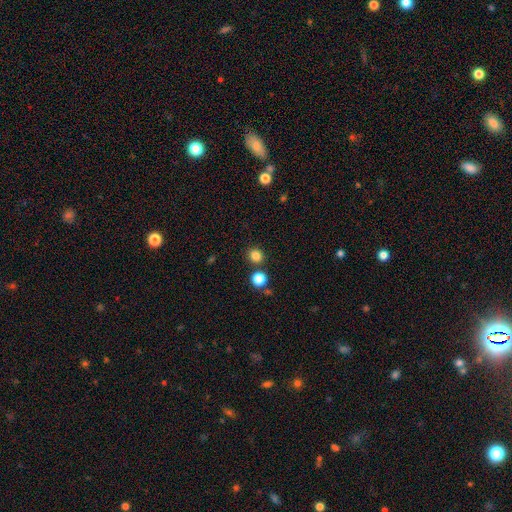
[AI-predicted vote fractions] Smooth or featured? Predicted: smooth (p=0.82). How rounded? Predicted: round (p=0.89). Merging? Predicted: none (p=0.81).